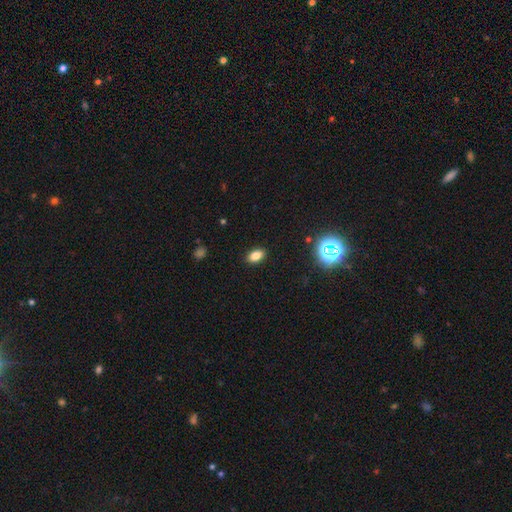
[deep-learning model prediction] The model was most divided on "smooth or featured": smooth: 81%, star or artifact: 13%, featured or disk: 6%. More confident: merging — none (89%); how rounded — in between (88%).